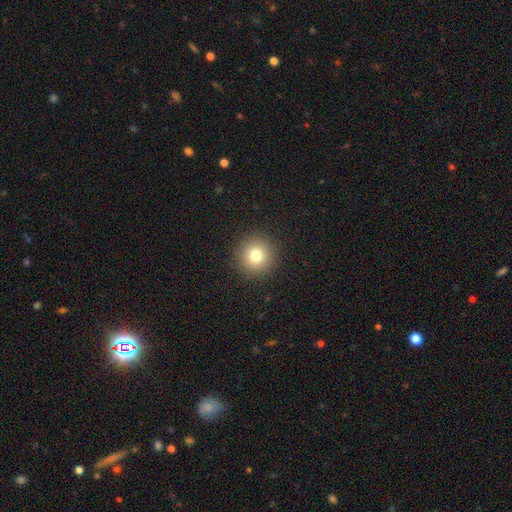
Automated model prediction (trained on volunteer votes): This appears to be a smooth galaxy with no disk features (79%) that is round (94%). Merging: none (92%).